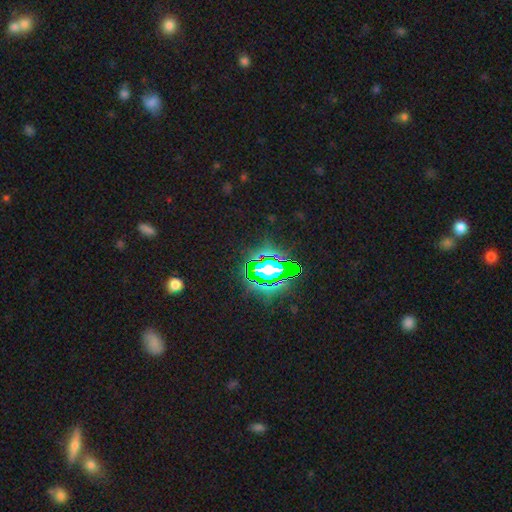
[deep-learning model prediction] Smooth or featured? star or artifact (81%)